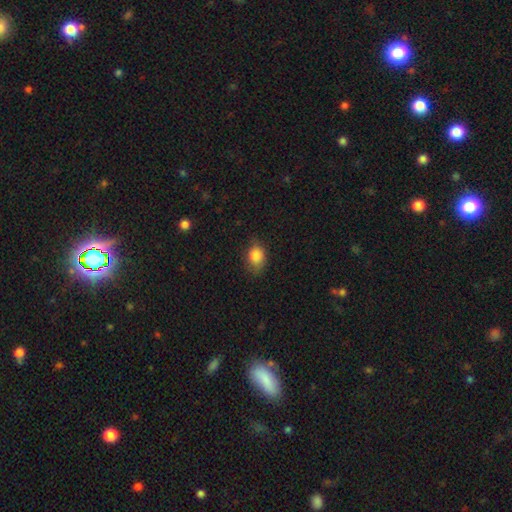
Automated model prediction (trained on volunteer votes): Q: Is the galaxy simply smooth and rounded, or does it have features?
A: smooth — 83%.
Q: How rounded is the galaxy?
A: in between — 63%.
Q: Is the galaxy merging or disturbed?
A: none — 69%.